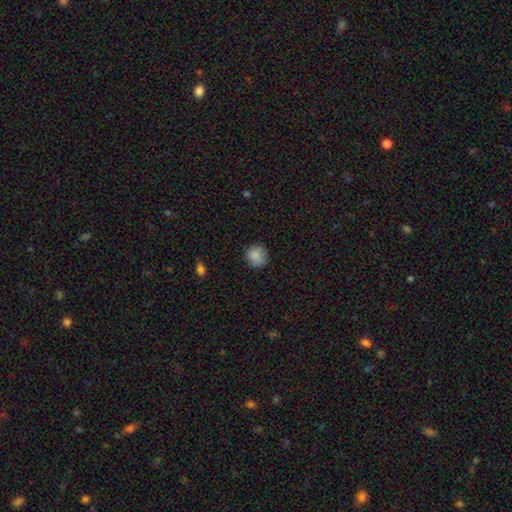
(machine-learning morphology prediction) This is clearly a smooth galaxy (86%). How rounded: clearly round (90%). Merging: clearly none (82%).